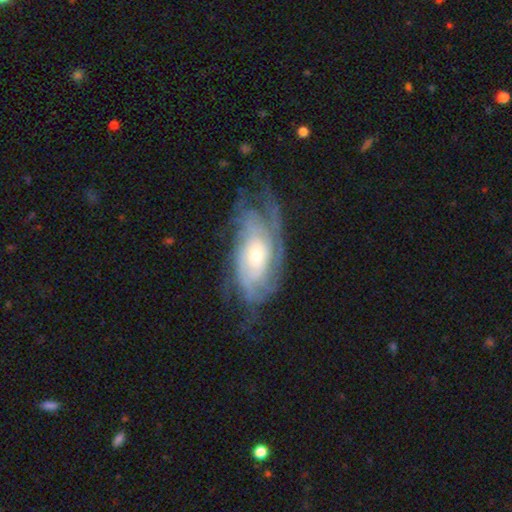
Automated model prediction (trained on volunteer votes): Smooth or featured? Predicted: featured or disk (p=0.82). Edge-on disk? Predicted: no (p=0.93). Bar? Predicted: no (p=0.70). Spiral arms? Predicted: yes (p=0.92). Spiral winding? Predicted: tight (p=0.65). Spiral arm count? Predicted: can't tell (p=0.49). Bulge size? Predicted: moderate (p=0.52). Merging? Predicted: none (p=0.62).